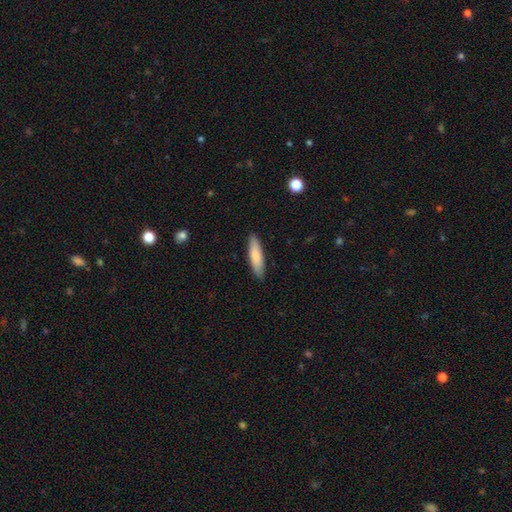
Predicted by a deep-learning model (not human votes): Overall: smooth (82%). How rounded: cigar-shaped (71%). Merging: none (89%).